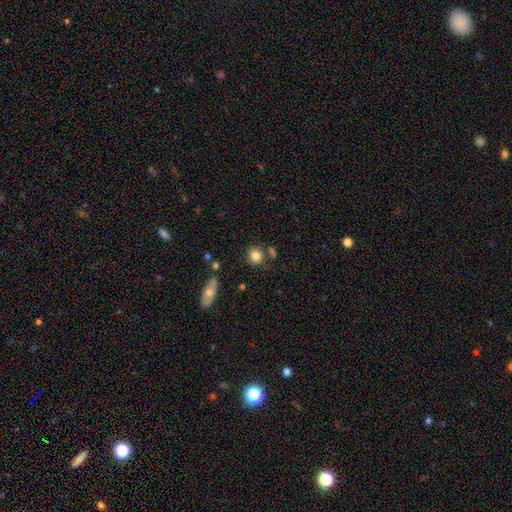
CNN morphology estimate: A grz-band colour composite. It shows a smooth galaxy with no disk features (82%) that is round (81%). Merging: none (73%).